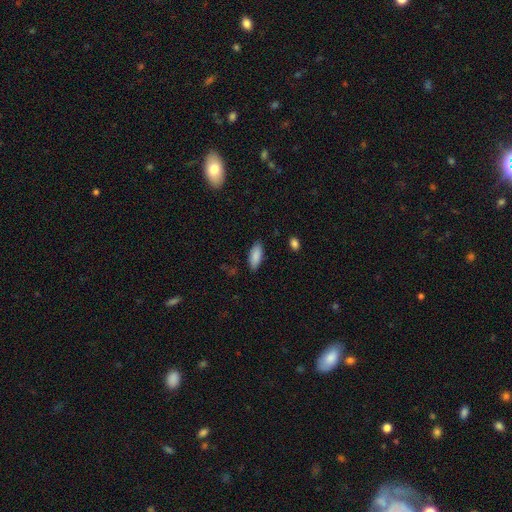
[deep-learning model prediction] This is clearly a smooth galaxy (88%). How rounded: likely in between (76%). Merging: clearly none (85%).